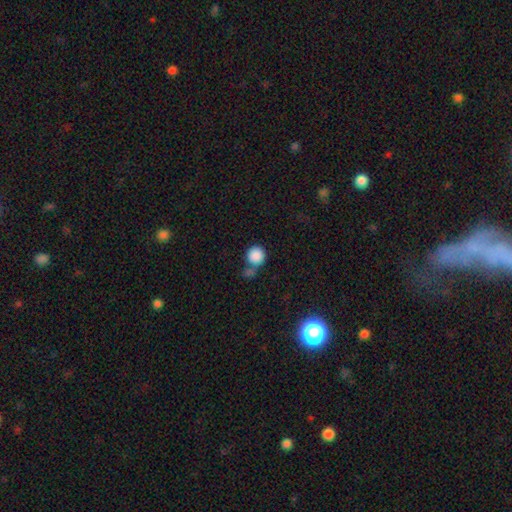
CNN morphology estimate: type=smooth (87%); roundness=round (93%); merging=none (55%).